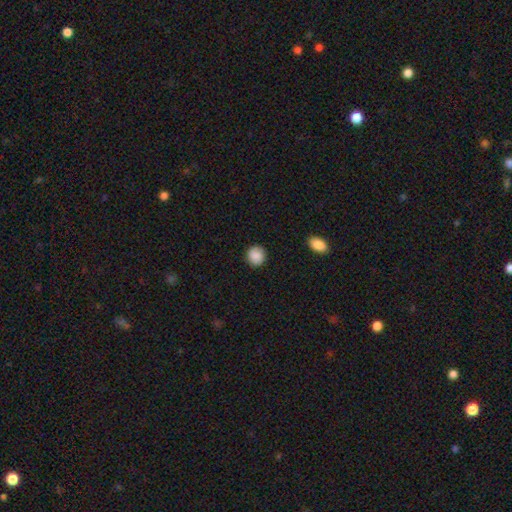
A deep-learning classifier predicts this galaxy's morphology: This is clearly a smooth galaxy (89%). How rounded: clearly round (89%). Merging: clearly none (91%).